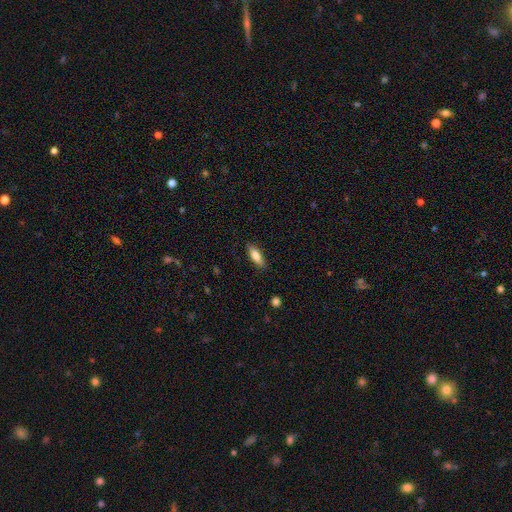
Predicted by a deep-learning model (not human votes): Morphology: type=smooth (79%); roundness=in between (60%); merging=none (86%).